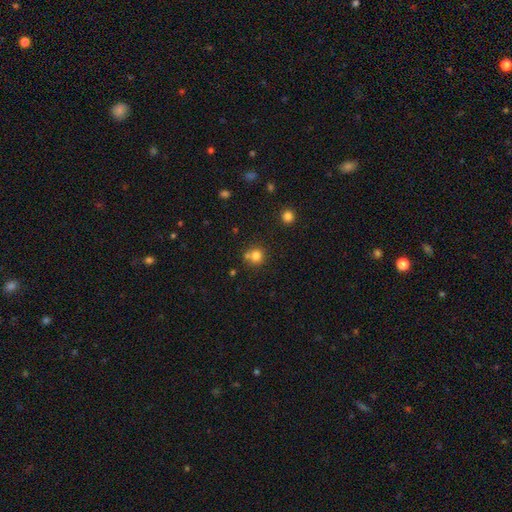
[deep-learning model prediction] smooth-or-featured: smooth: 78% | star or artifact: 13% | featured or disk: 9%
  how-rounded: round: 89% | in between: 10% | cigar-shaped: 1%
  merging: none: 61% | merger: 27% | minor disturbance: 9% | major disturbance: 3%